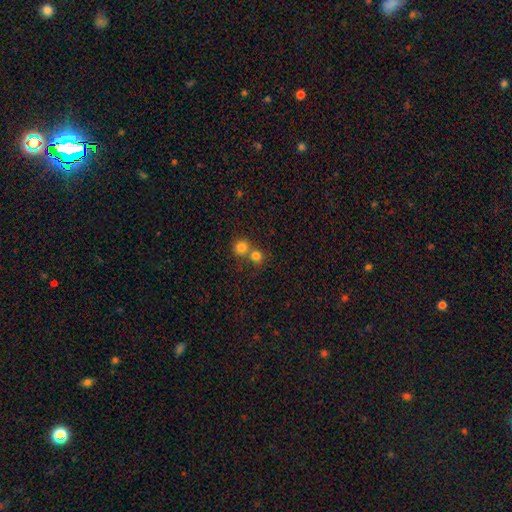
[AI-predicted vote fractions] smooth 78%, star or artifact 15%, featured or disk 8%. Down the decision tree: how rounded — round (89%); merging — none (50%).